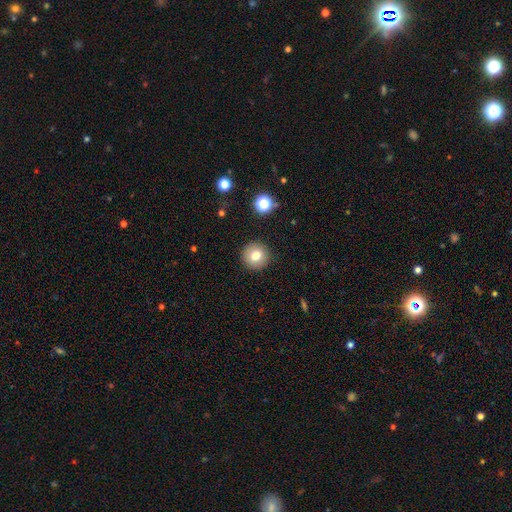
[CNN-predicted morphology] Smooth or featured?
  - smooth: 77% *
  - featured or disk: 12%
  - star or artifact: 11%
How rounded?
  - round: 95% *
  - in between: 5%
  - cigar-shaped: 1%
Merging?
  - none: 91% *
  - minor disturbance: 6%
  - major disturbance: 2%
  - merger: 1%